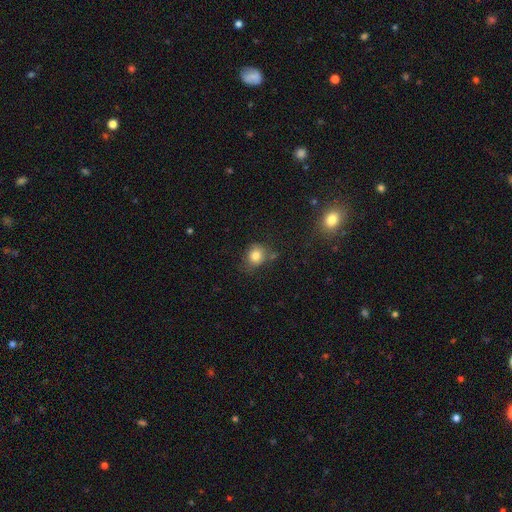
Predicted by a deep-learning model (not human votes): This appears to be a smooth galaxy with no disk features (81%) that is round (72%). Merging: none (64%).